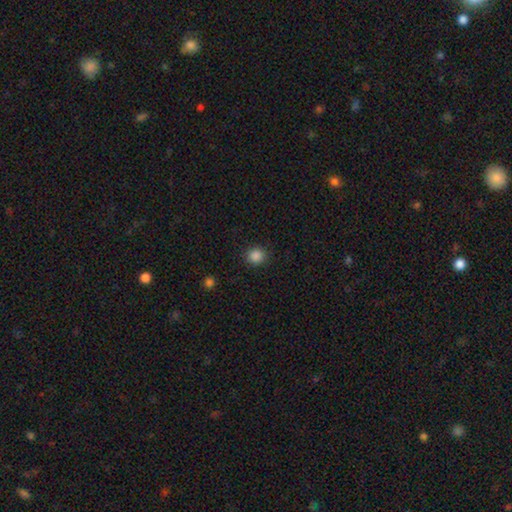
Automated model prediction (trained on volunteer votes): Morphology: type=smooth (87%); roundness=round (88%); merging=none (90%).